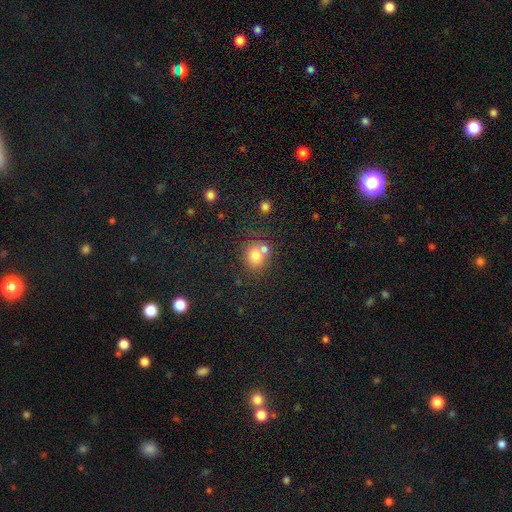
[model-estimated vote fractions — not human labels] A smooth galaxy with no disk features (76%) that is round (70%). Merging: none (48%).